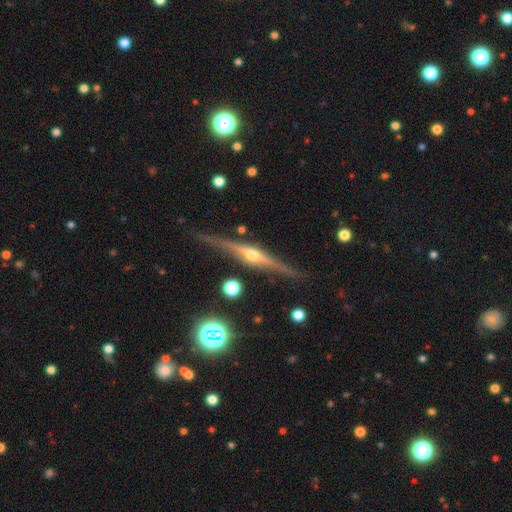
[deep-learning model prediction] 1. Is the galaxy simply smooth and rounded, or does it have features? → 86% featured or disk, 8% smooth, 6% star or artifact.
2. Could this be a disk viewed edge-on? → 98% yes, 2% no.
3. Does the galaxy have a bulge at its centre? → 91% rounded, 5% none, 4% boxy.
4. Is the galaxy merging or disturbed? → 89% none, 8% minor disturbance, 2% major disturbance, 2% merger.